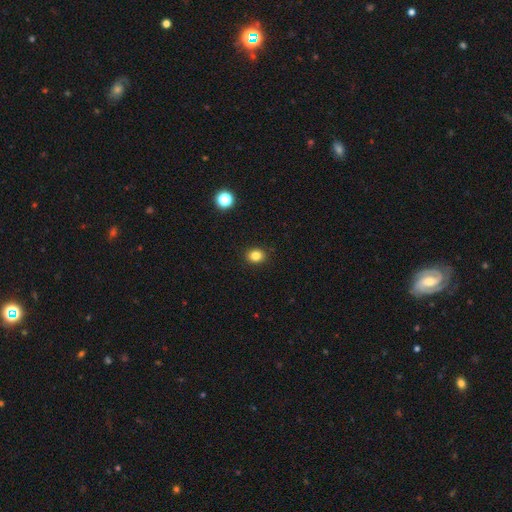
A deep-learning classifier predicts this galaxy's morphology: This is clearly a smooth galaxy (82%). How rounded: likely round (66%). Merging: clearly none (91%).